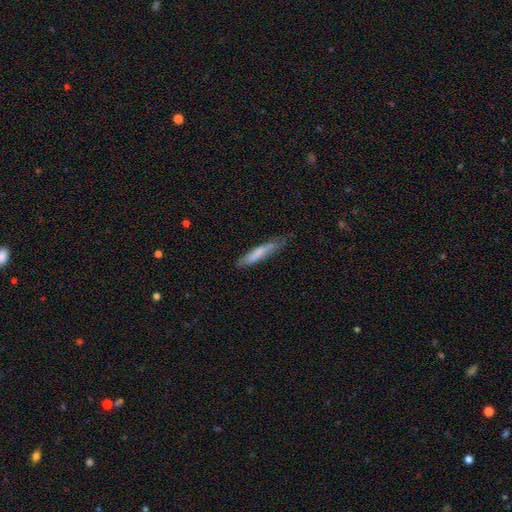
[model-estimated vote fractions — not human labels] smooth 67%, featured or disk 27%, star or artifact 6%. Down the decision tree: how rounded — cigar-shaped (90%); merging — none (62%).